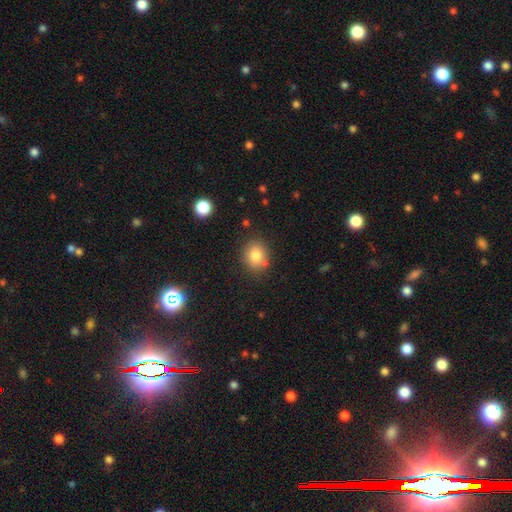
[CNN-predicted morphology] smooth_or_featured: smooth (p=0.82) [alt: star or artifact p=0.10]
how_rounded: round (p=0.66) [alt: in between p=0.33]
merging: none (p=0.77) [alt: minor disturbance p=0.13]